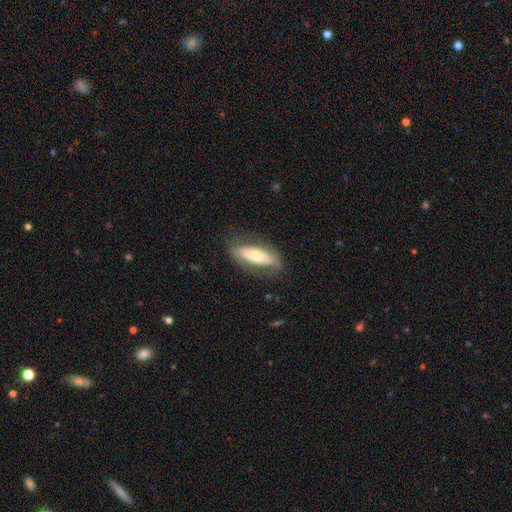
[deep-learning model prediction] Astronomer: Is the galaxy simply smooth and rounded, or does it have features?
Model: smooth — 52% (runner-up: featured or disk, 42%).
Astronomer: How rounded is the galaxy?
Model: in between — 71%.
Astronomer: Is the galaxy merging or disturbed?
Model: none — 76%.